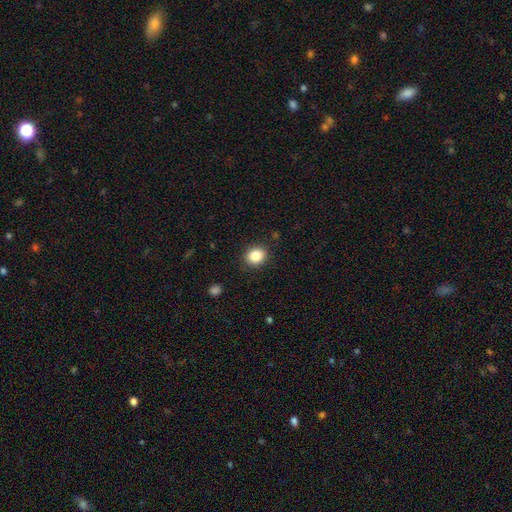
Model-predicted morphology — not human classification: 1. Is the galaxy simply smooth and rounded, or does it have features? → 85% smooth, 10% star or artifact, 5% featured or disk.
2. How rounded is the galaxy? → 66% round, 33% in between, 1% cigar-shaped.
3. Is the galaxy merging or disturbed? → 88% none, 8% minor disturbance, 2% major disturbance, 1% merger.